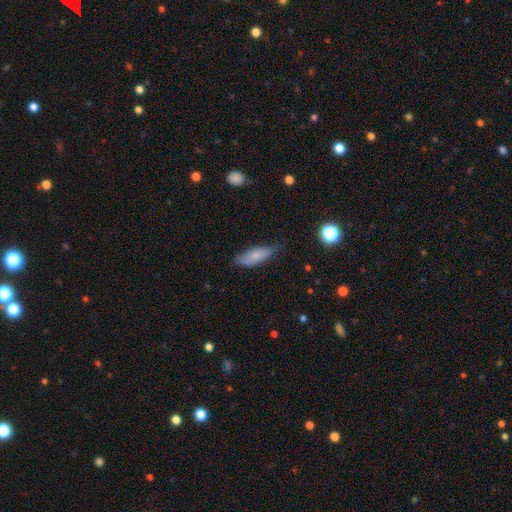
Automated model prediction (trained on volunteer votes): The model was most divided on "how rounded": in between: 65%, cigar-shaped: 32%, round: 2%. More confident: smooth or featured — smooth (75%); merging — none (64%).